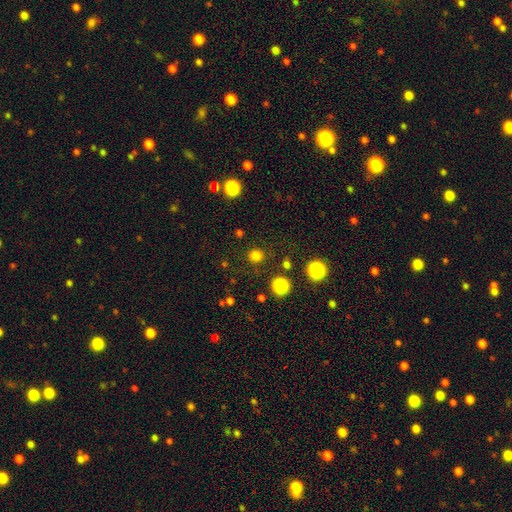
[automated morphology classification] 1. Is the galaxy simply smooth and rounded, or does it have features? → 76% smooth, 20% star or artifact, 4% featured or disk.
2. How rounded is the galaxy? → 93% round, 6% in between, 1% cigar-shaped.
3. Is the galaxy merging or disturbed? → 86% none, 8% minor disturbance, 3% major disturbance, 2% merger.